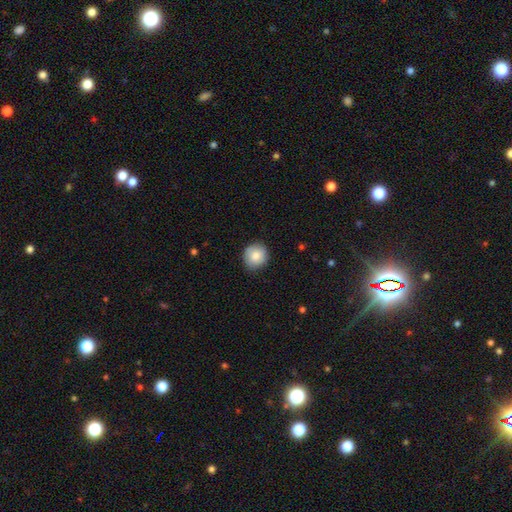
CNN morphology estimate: A smooth galaxy with no disk features (83%) that is round (89%). Merging: none (85%).